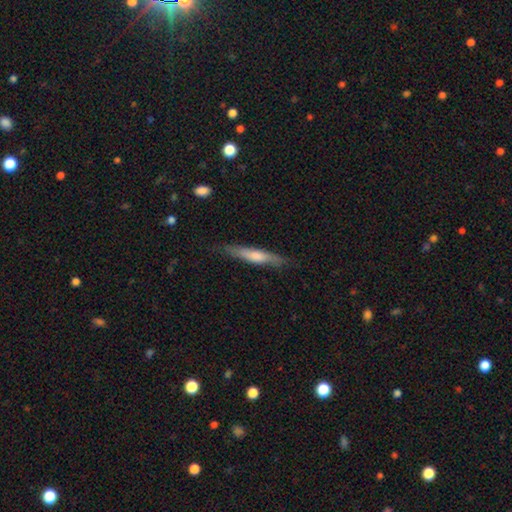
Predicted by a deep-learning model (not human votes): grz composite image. It shows a smooth galaxy with no disk features (51%) that is cigar-shaped (91%). Merging: none (81%).